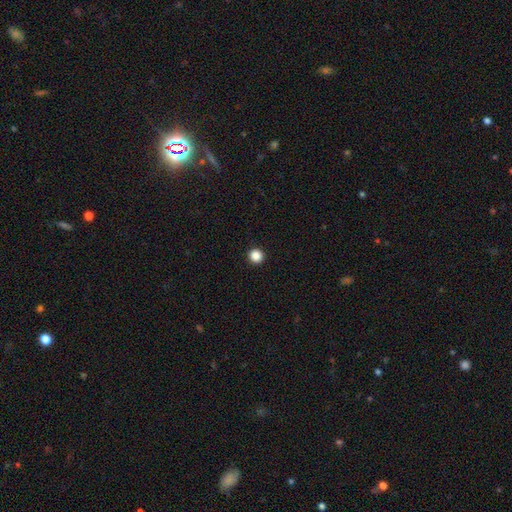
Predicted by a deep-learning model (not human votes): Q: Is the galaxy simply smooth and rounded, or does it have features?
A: smooth — 87%.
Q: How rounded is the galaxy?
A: round — 96%.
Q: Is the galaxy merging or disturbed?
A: none — 94%.